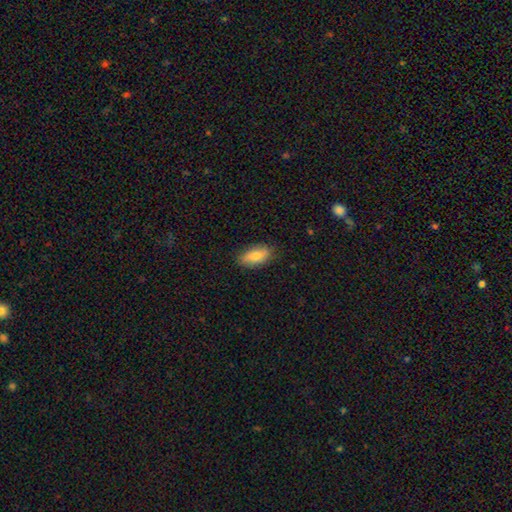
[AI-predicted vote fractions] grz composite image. It shows a smooth galaxy with no disk features (79%) that is in between round and cigar-shaped (88%). Merging: none (84%).